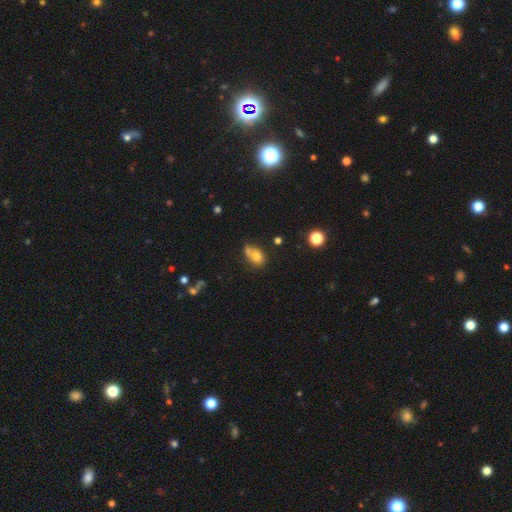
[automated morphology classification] This appears to be a smooth galaxy with no disk features (72%) that is in between round and cigar-shaped (70%). Merging: none (36%).